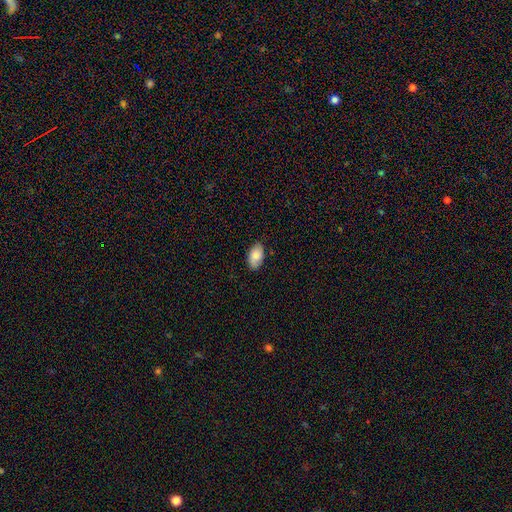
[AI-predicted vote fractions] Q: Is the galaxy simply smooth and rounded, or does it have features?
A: smooth — 81%.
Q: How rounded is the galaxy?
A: in between — 94%.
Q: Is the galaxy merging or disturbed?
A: none — 82%.